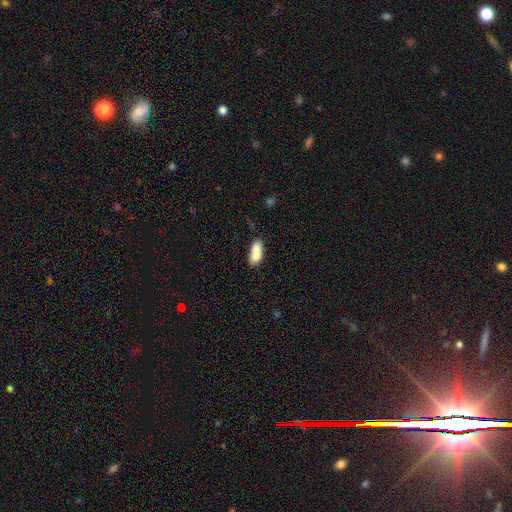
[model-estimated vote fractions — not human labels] Overall: smooth (79%). How rounded: in between (79%). Merging: none (45%; merger 32%).